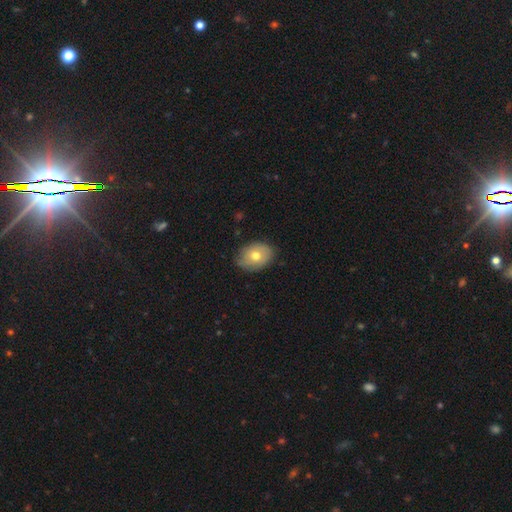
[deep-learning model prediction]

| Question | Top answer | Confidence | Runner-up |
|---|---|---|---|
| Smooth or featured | smooth | 67% | featured or disk (25%) |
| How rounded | in between | 68% | round (31%) |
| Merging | none | 75% | minor disturbance (20%) |